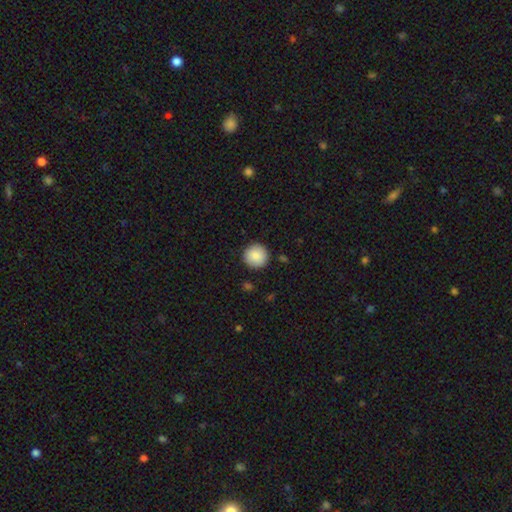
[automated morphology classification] Smooth or featured?
  - smooth: 87% *
  - star or artifact: 8%
  - featured or disk: 5%
How rounded?
  - round: 96% *
  - in between: 3%
  - cigar-shaped: 1%
Merging?
  - none: 91% *
  - minor disturbance: 6%
  - major disturbance: 2%
  - merger: 1%